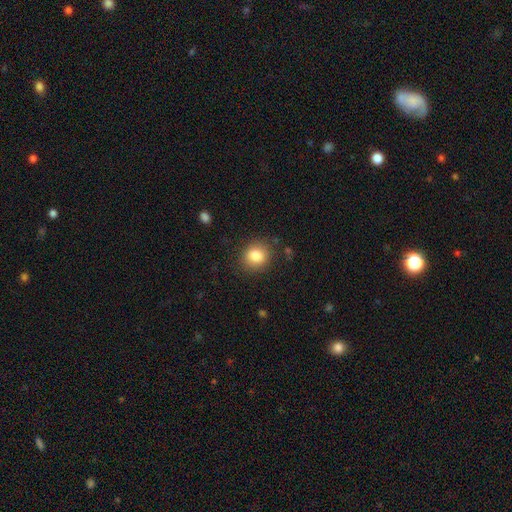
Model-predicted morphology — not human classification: Smooth or featured: smooth — 83% (star or artifact — 10%)
How rounded: round — 73% (in between — 26%)
Merging: none — 84% (minor disturbance — 11%)